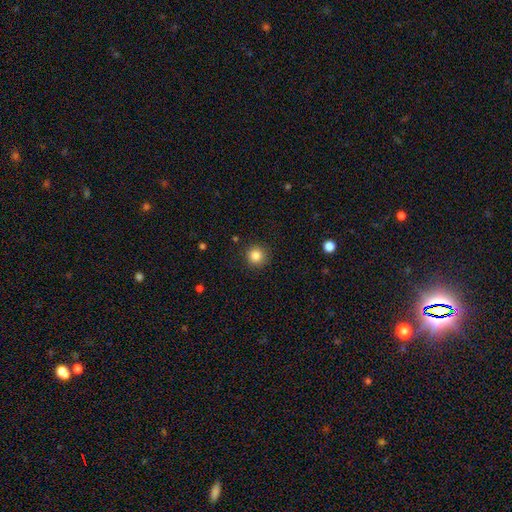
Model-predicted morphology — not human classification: Smooth or featured?
  - smooth: 85% *
  - star or artifact: 11%
  - featured or disk: 4%
How rounded?
  - round: 95% *
  - in between: 4%
  - cigar-shaped: 1%
Merging?
  - none: 91% *
  - minor disturbance: 6%
  - major disturbance: 2%
  - merger: 1%